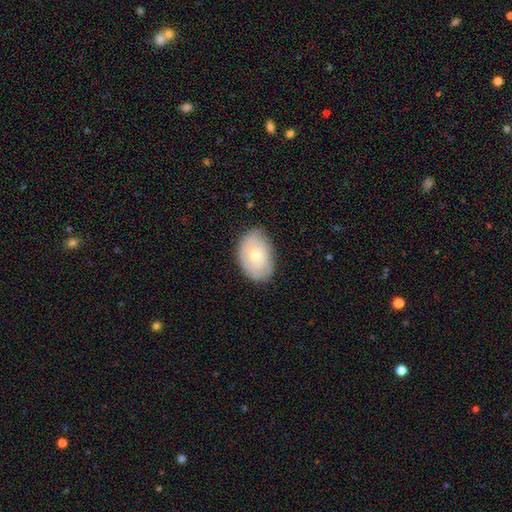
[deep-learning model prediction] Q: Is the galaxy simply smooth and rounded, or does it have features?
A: smooth — 54%.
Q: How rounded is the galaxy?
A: in between — 86%.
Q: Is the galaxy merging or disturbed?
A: none — 77%.